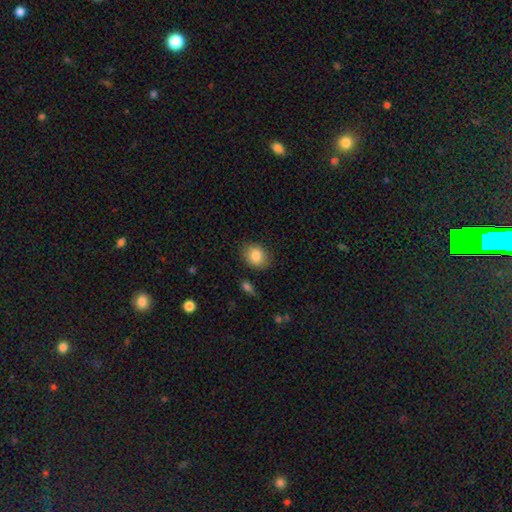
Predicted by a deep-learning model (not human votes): The model was most divided on "how rounded": in between: 56%, round: 43%, cigar-shaped: 1%. More confident: smooth or featured — smooth (84%); merging — none (83%).